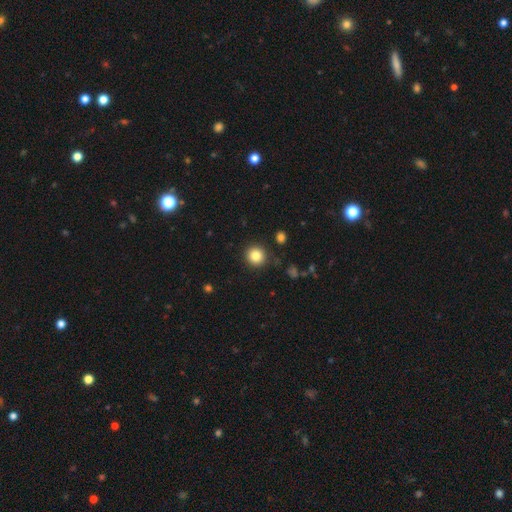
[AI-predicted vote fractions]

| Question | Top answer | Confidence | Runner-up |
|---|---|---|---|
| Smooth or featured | smooth | 84% | star or artifact (11%) |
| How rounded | round | 93% | in between (6%) |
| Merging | none | 90% | minor disturbance (6%) |